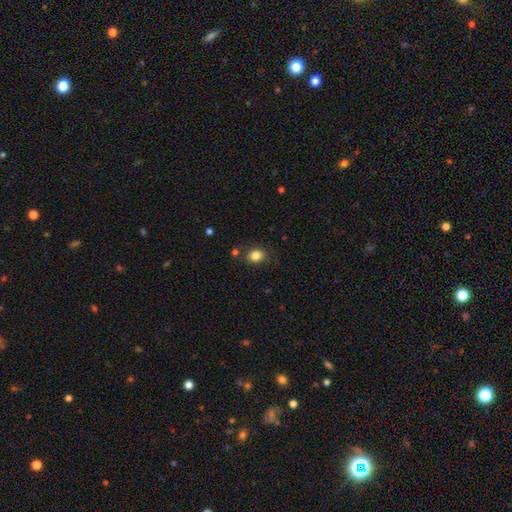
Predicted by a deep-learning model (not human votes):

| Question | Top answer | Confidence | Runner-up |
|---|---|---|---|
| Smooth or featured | smooth | 83% | star or artifact (10%) |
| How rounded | in between | 54% | round (45%) |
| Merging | none | 80% | minor disturbance (13%) |